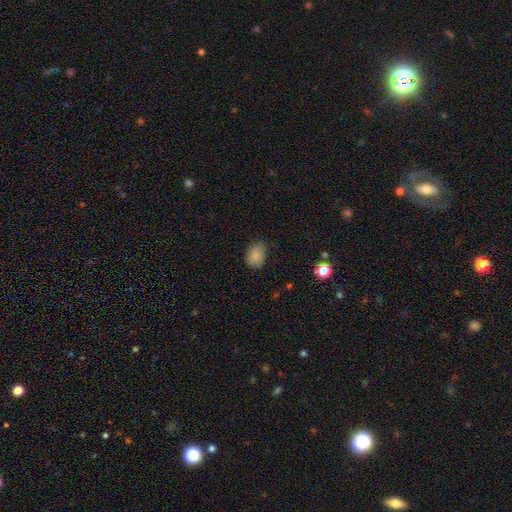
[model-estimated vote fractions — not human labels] Smooth or featured? smooth (84%)
How rounded? in between (74%)
Merging? none (74%)